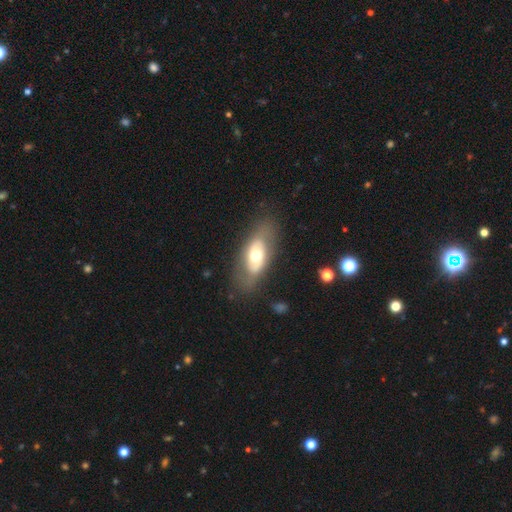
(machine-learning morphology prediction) type=featured or disk (50%); merging=none (74%).